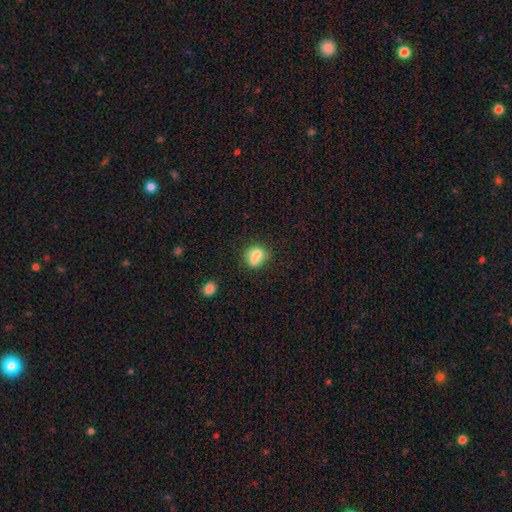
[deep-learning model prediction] Smooth or featured? smooth (78%)
How rounded? in between (51%)
Merging? none (54%)